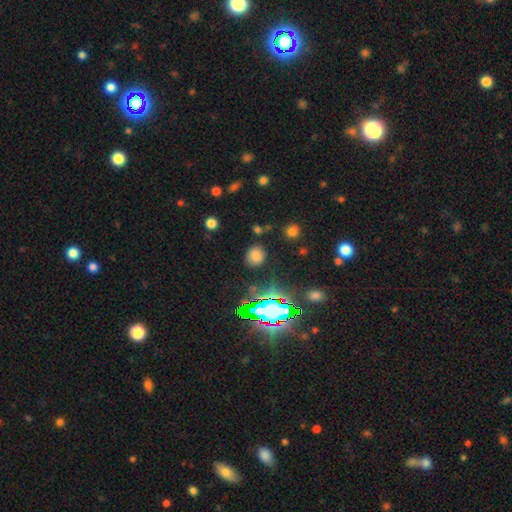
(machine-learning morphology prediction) Smooth or featured: smooth — 69% (star or artifact — 24%)
How rounded: round — 73% (in between — 25%)
Merging: none — 83% (minor disturbance — 10%)